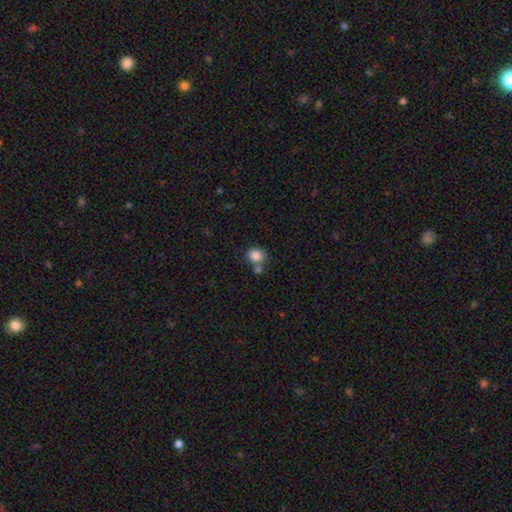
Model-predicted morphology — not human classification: Overall: smooth (85%). How rounded: round (68%; in between 31%). Merging: none (58%; merger 24%).